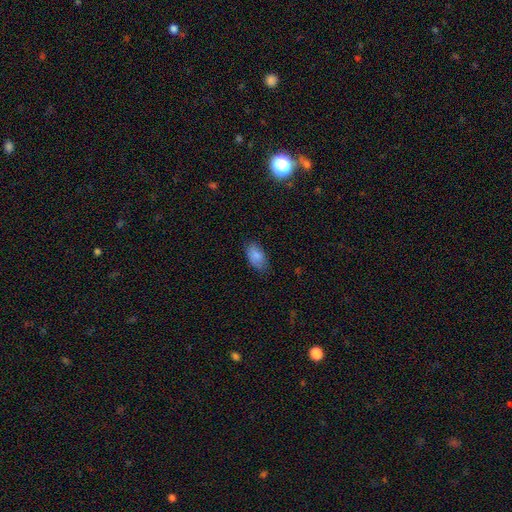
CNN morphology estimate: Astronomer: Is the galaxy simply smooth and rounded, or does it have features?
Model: smooth — 85%.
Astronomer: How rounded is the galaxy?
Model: in between — 93%.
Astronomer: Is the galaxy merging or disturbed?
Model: none — 73%.